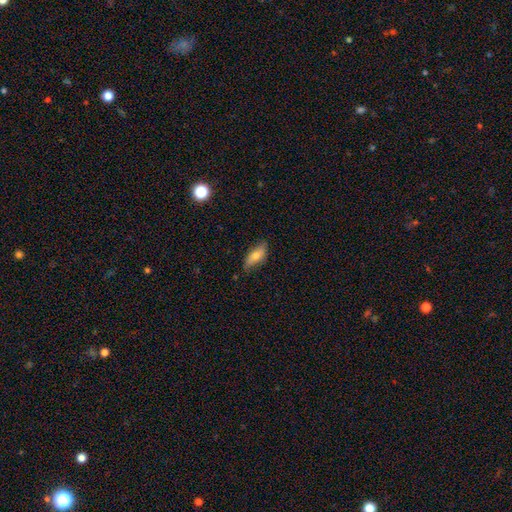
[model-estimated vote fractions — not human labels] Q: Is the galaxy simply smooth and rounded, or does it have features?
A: smooth — 70%.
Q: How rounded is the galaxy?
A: in between — 77%.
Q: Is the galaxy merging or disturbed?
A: none — 74%.